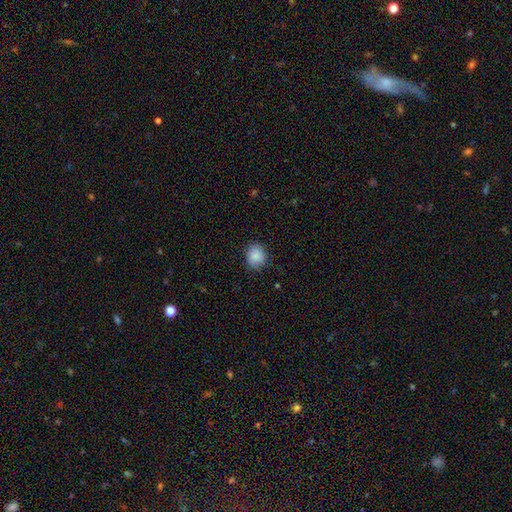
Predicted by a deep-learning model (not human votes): Smooth or featured?
  - smooth: 88% *
  - star or artifact: 8%
  - featured or disk: 4%
How rounded?
  - round: 72% *
  - in between: 27%
  - cigar-shaped: 1%
Merging?
  - none: 83% *
  - minor disturbance: 13%
  - major disturbance: 3%
  - merger: 1%